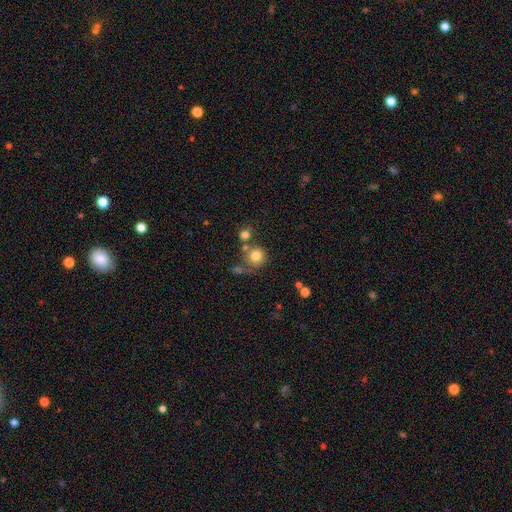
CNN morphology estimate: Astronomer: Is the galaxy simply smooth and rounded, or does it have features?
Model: smooth — 79%.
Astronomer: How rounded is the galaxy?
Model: round — 88%.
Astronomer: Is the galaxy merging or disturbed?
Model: none — 56%.